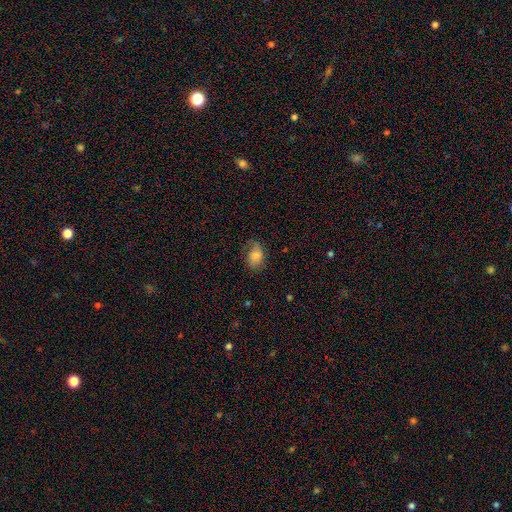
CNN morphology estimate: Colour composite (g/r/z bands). It shows a smooth galaxy with no disk features (70%) that is in between round and cigar-shaped (79%). Merging: none (56%).